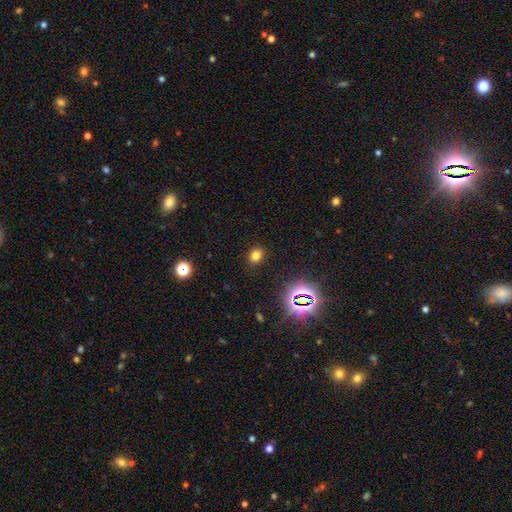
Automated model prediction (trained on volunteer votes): Smooth or featured? Predicted: smooth (p=0.74). How rounded? Predicted: round (p=0.51). Merging? Predicted: none (p=0.88).